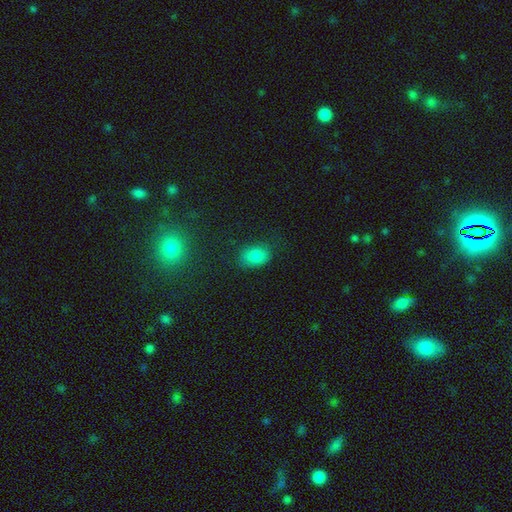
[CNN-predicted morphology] type=smooth (82%); roundness=in between (76%); merging=none (76%).